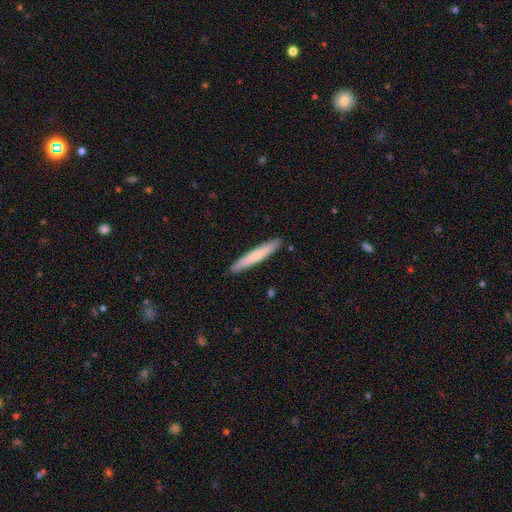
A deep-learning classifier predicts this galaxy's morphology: The model was most divided on "smooth or featured": smooth: 70%, featured or disk: 25%, star or artifact: 5%. More confident: how rounded — cigar-shaped (95%); merging — none (90%).